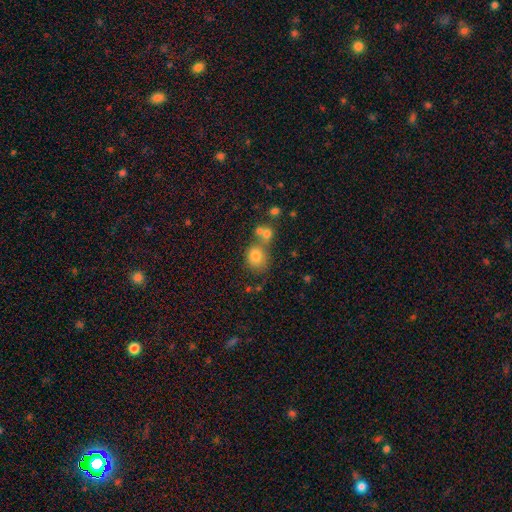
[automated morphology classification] Smooth or featured? smooth (77%)
How rounded? round (70%)
Merging? none (52%)